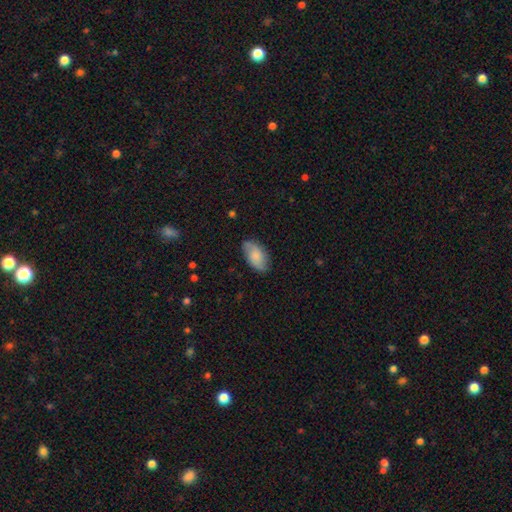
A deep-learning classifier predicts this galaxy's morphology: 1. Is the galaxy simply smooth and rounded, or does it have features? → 73% smooth, 20% featured or disk, 7% star or artifact.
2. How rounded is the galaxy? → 94% in between, 3% round, 3% cigar-shaped.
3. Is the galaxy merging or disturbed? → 76% none, 18% minor disturbance, 4% major disturbance, 1% merger.